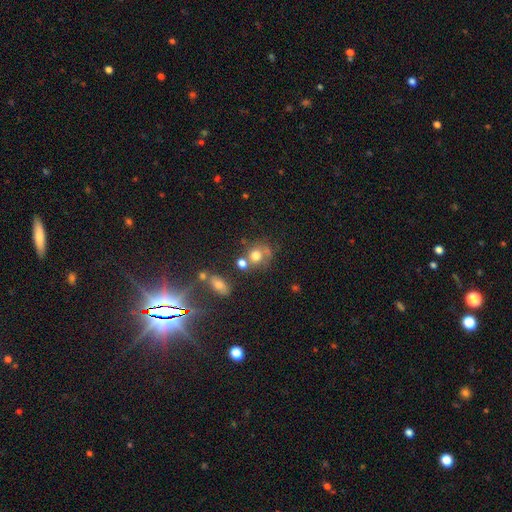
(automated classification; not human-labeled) A smooth galaxy with no disk features (67%) that is round (72%). Merging: none (42%).